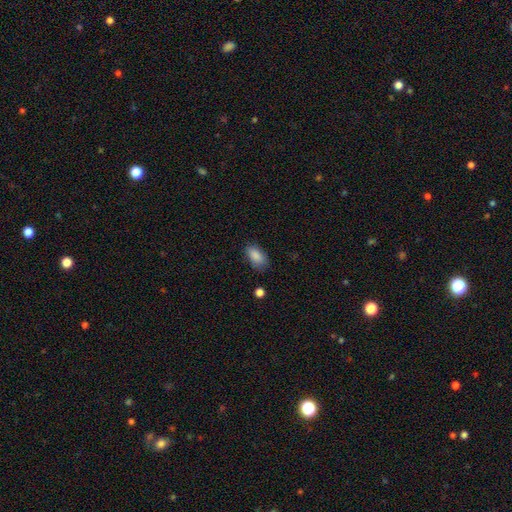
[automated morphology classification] Smooth or featured?
  - smooth: 87% *
  - star or artifact: 8%
  - featured or disk: 5%
How rounded?
  - in between: 92% *
  - round: 5%
  - cigar-shaped: 3%
Merging?
  - none: 75% *
  - minor disturbance: 19%
  - major disturbance: 4%
  - merger: 2%